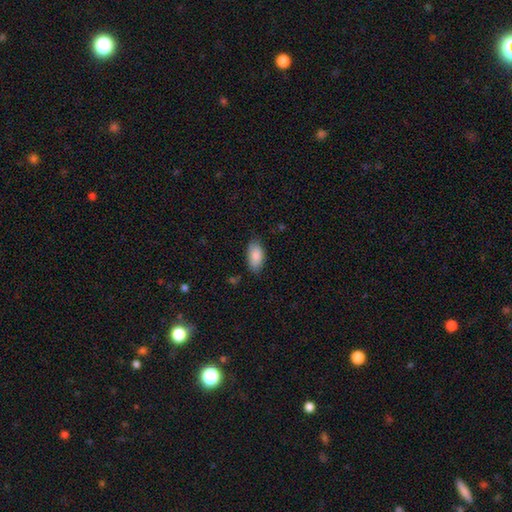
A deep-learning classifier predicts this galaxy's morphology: smooth 87%, star or artifact 6%, featured or disk 6%. Down the decision tree: how rounded — in between (94%); merging — none (77%).